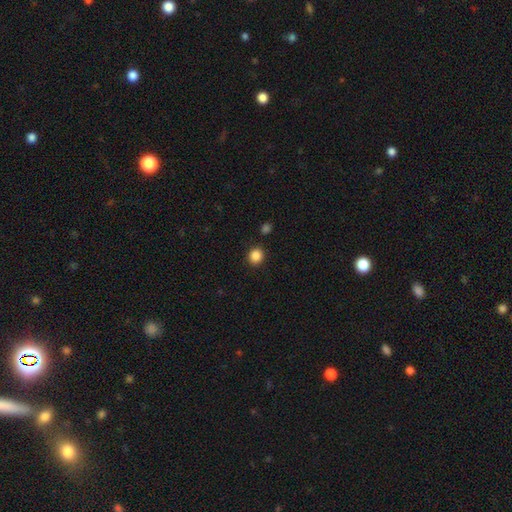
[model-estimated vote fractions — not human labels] A smooth galaxy with no disk features (87%) that is round (83%). Merging: none (89%).